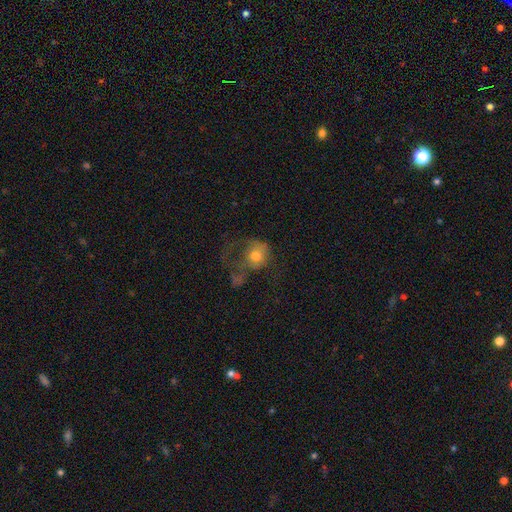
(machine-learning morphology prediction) smooth-or-featured: smooth: 59% | featured or disk: 31% | star or artifact: 10%
  how-rounded: round: 70% | in between: 29% | cigar-shaped: 1%
  merging: major disturbance: 60% | none: 18% | minor disturbance: 14% | merger: 8%